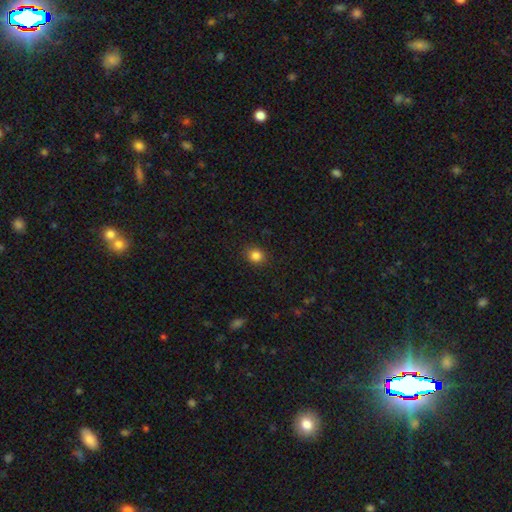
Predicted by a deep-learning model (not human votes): Q: Smooth or featured?
A: smooth (84%); runner-up: star or artifact (11%)
Q: How rounded?
A: round (73%); runner-up: in between (26%)
Q: Merging?
A: none (89%); runner-up: minor disturbance (8%)